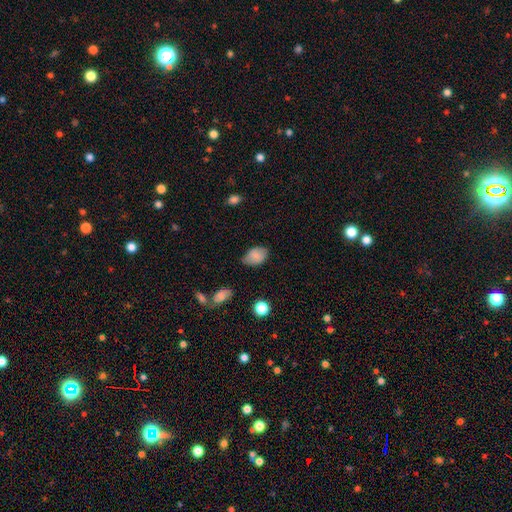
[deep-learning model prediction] This is clearly a smooth galaxy (82%). How rounded: clearly in between (85%). Merging: likely none (72%).